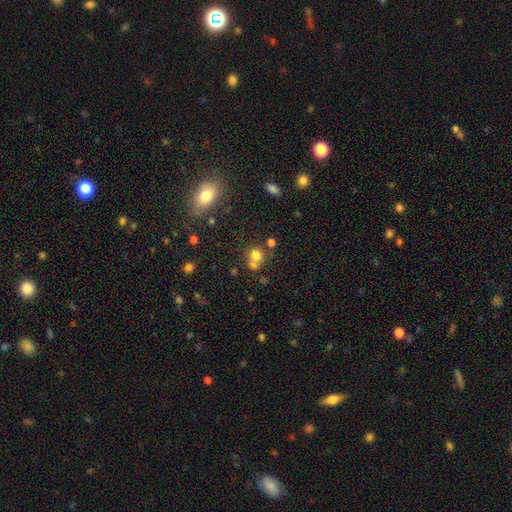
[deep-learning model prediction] Smooth or featured?
  - smooth: 73% *
  - star or artifact: 15%
  - featured or disk: 12%
How rounded?
  - round: 80% *
  - in between: 19%
  - cigar-shaped: 1%
Merging?
  - none: 46% *
  - merger: 41%
  - minor disturbance: 9%
  - major disturbance: 4%